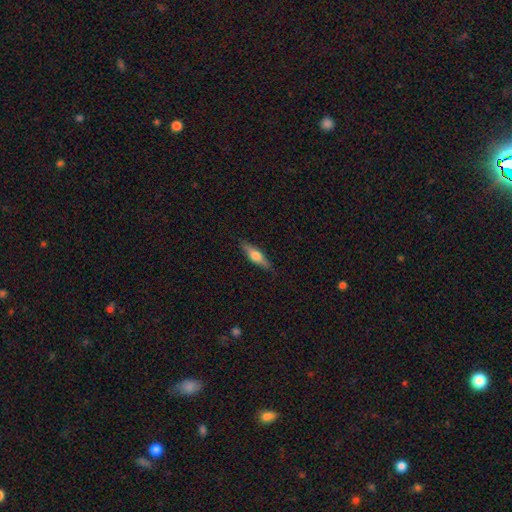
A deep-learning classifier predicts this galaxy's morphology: smooth_or_featured: smooth (p=0.49) [alt: featured or disk p=0.44]
merging: none (p=0.87) [alt: minor disturbance p=0.10]